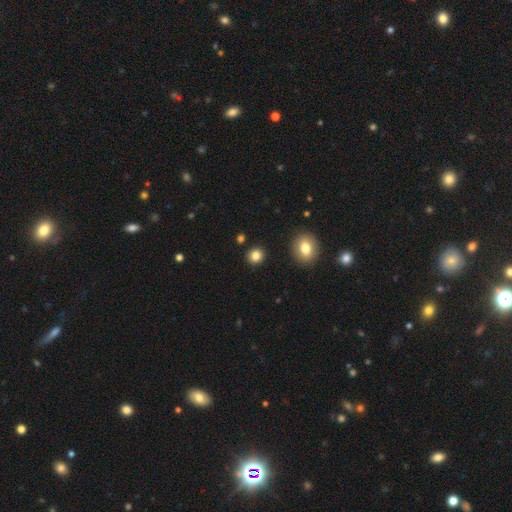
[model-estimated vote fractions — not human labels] smooth-or-featured: smooth: 83% | star or artifact: 12% | featured or disk: 5%
  how-rounded: round: 87% | in between: 12% | cigar-shaped: 1%
  merging: none: 91% | minor disturbance: 5% | merger: 2% | major disturbance: 2%